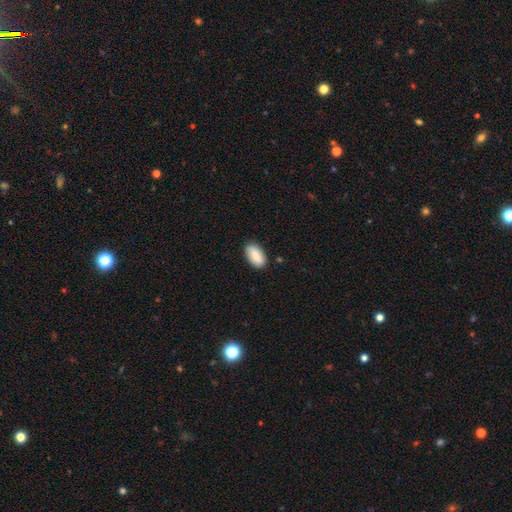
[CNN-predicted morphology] Q: Smooth or featured?
A: smooth (79%); runner-up: featured or disk (15%)
Q: How rounded?
A: in between (93%); runner-up: cigar-shaped (4%)
Q: Merging?
A: none (84%); runner-up: minor disturbance (12%)